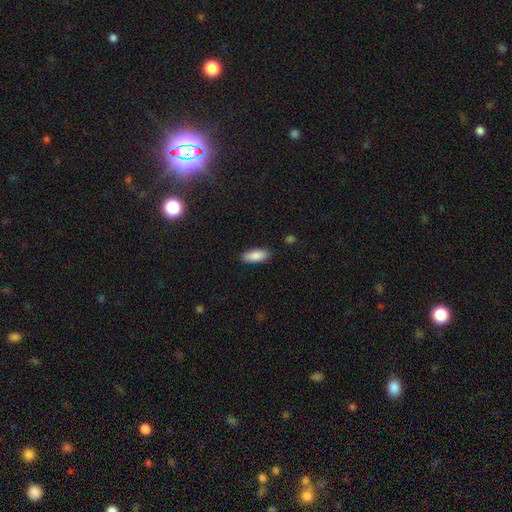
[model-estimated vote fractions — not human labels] Smooth or featured?
  - smooth: 88% *
  - star or artifact: 6%
  - featured or disk: 5%
How rounded?
  - in between: 82% *
  - cigar-shaped: 16%
  - round: 2%
Merging?
  - none: 86% *
  - minor disturbance: 10%
  - major disturbance: 2%
  - merger: 1%